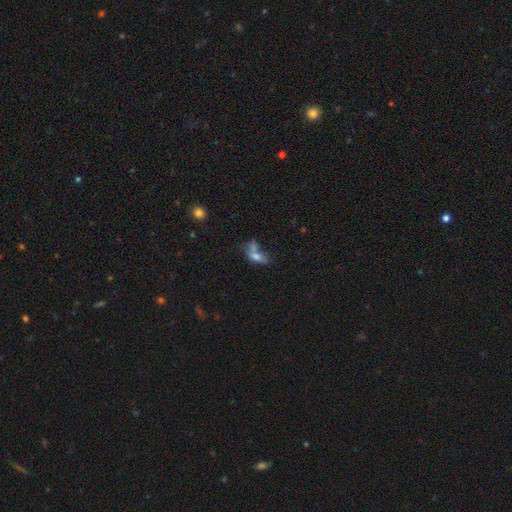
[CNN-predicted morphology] smooth 61%, featured or disk 26%, star or artifact 13%. Down the decision tree: how rounded — in between (74%); merging — merger (45%).